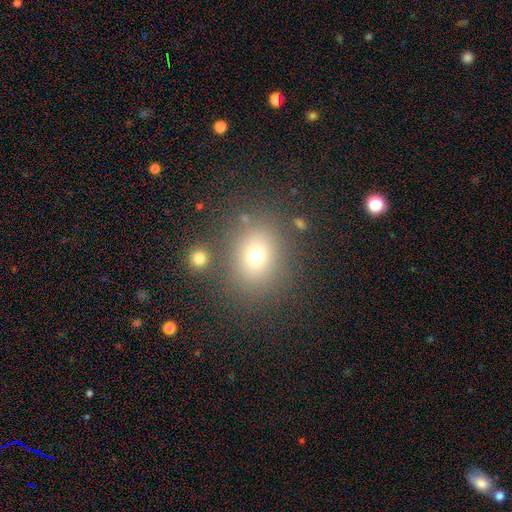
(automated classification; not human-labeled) Smooth or featured? Predicted: smooth (p=0.70). How rounded? Predicted: round (p=0.63). Merging? Predicted: none (p=0.79).